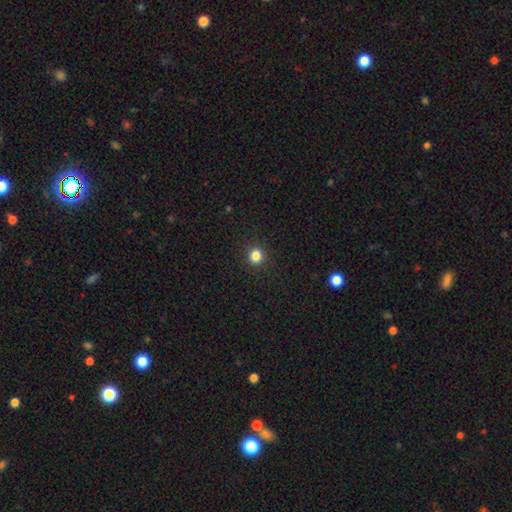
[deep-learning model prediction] Smooth or featured? Predicted: smooth (p=0.84). How rounded? Predicted: round (p=0.87). Merging? Predicted: none (p=0.92).